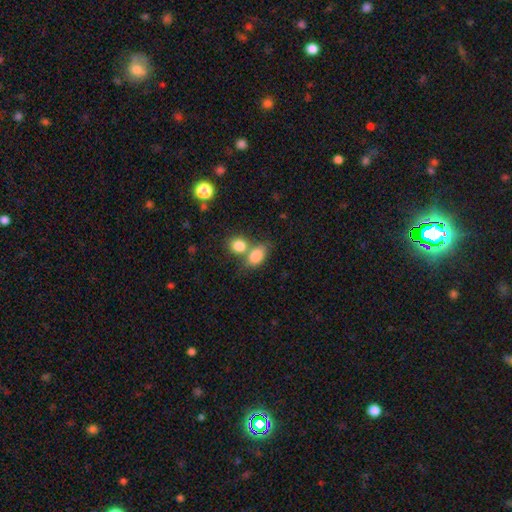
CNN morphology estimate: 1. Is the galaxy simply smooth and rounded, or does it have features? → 83% smooth, 9% featured or disk, 8% star or artifact.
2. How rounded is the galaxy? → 79% in between, 18% round, 2% cigar-shaped.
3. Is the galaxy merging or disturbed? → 49% merger, 37% none, 10% minor disturbance, 4% major disturbance.